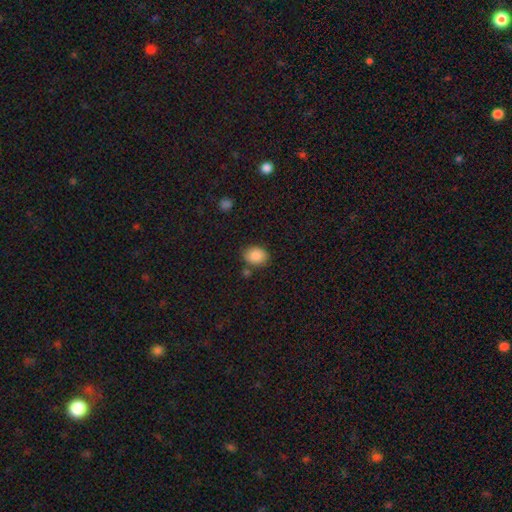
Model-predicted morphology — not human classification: The model was most divided on "how rounded": in between: 55%, round: 45%, cigar-shaped: 1%. More confident: smooth or featured — smooth (88%); merging — none (77%).